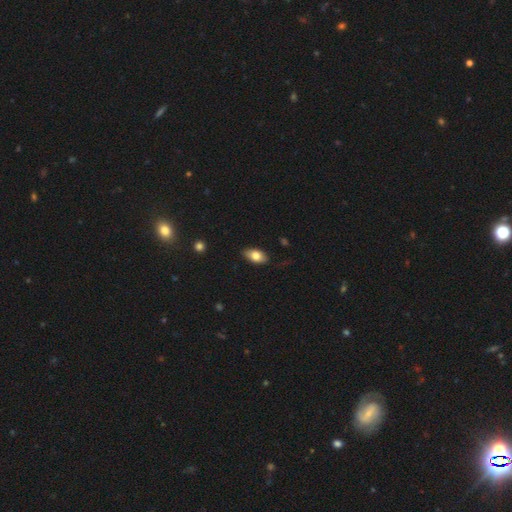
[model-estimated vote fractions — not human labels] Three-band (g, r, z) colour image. It shows a smooth galaxy with no disk features (78%) that is in between round and cigar-shaped (91%). Merging: none (83%).